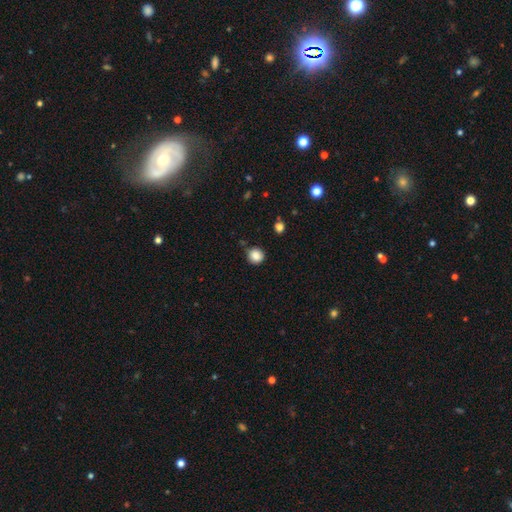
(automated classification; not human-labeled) A smooth galaxy with no disk features (87%) that is round (91%).

Vote fractions:
- Smooth or featured? smooth: 87% / star or artifact: 10% / featured or disk: 3%
- How rounded? round: 91% / in between: 8% / cigar-shaped: 1%
- Merging? none: 84% / minor disturbance: 10% / merger: 3% / major disturbance: 3%